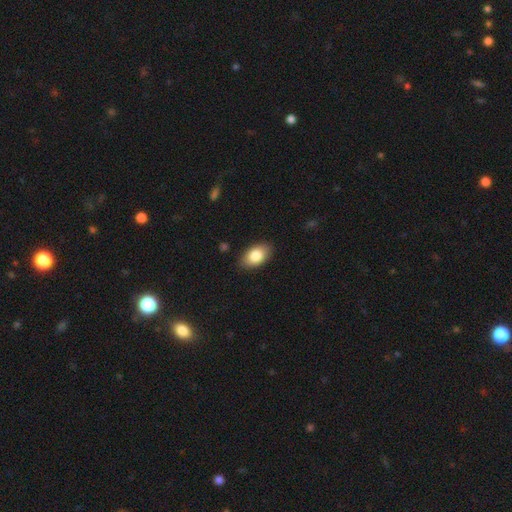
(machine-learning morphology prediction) Overall: smooth (84%). How rounded: in between (92%). Merging: none (86%).